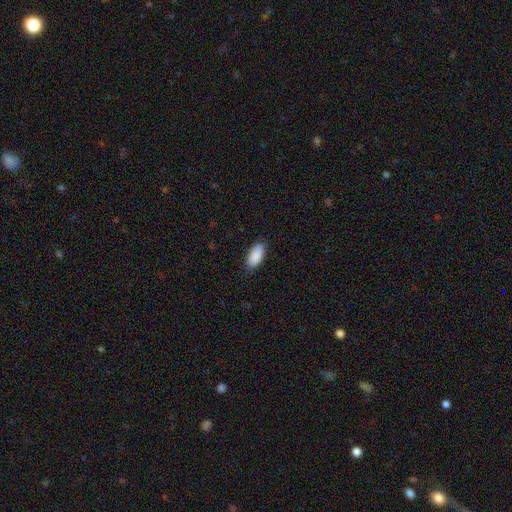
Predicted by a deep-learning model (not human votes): This is clearly a smooth galaxy (90%). How rounded: clearly in between (91%). Merging: clearly none (84%).